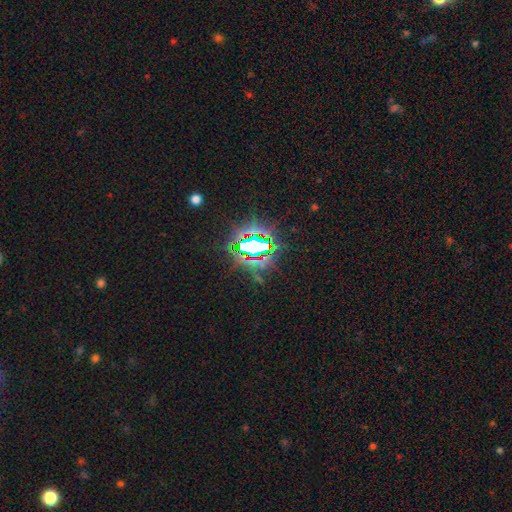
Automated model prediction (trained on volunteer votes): Q: Smooth or featured?
A: star or artifact (83%); runner-up: smooth (10%)